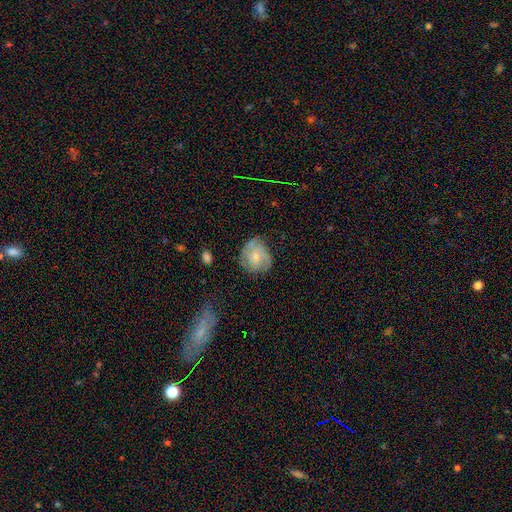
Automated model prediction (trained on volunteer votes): The model was most divided on "smooth or featured": featured or disk: 54%, smooth: 38%, star or artifact: 7%. More confident: edge-on disk — no (97%); spiral arms — yes (81%); bar — no (69%); merging — none (63%); bulge size — small (59%).